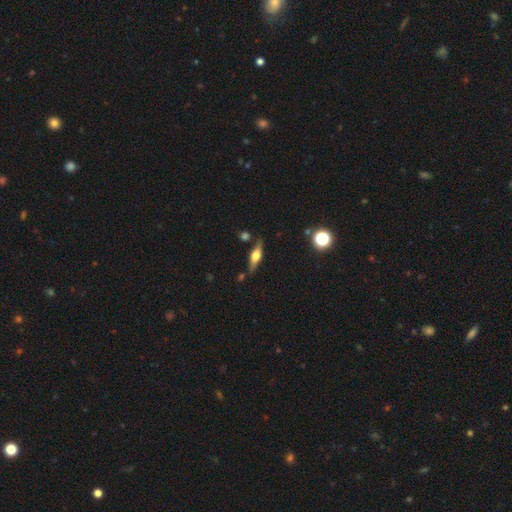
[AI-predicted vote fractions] The model was most divided on "smooth or featured": featured or disk: 59%, smooth: 34%, star or artifact: 8%. More confident: edge-on disk — yes (92%); edge-on bulge — rounded (89%); merging — none (77%).